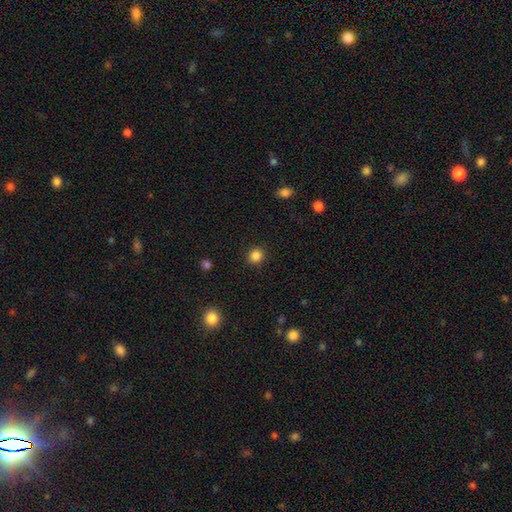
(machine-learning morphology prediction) type=smooth (85%); roundness=round (91%); merging=none (91%).